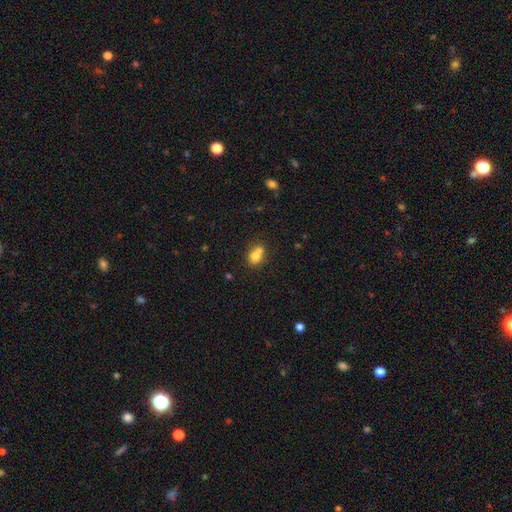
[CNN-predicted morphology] Smooth or featured? Predicted: smooth (p=0.74). How rounded? Predicted: round (p=0.66). Merging? Predicted: merger (p=0.55).